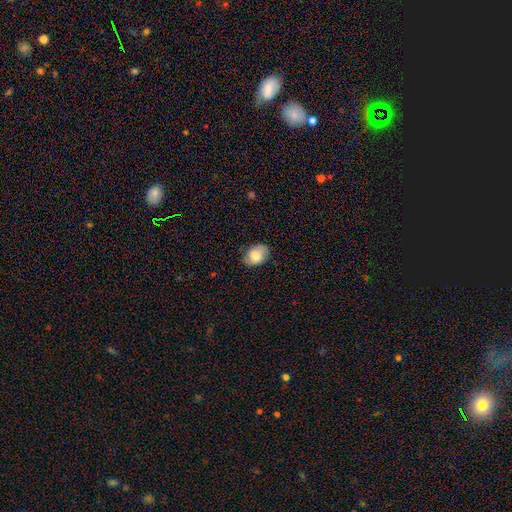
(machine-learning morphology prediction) Overall: smooth (73%). How rounded: in between (73%). Merging: none (75%).